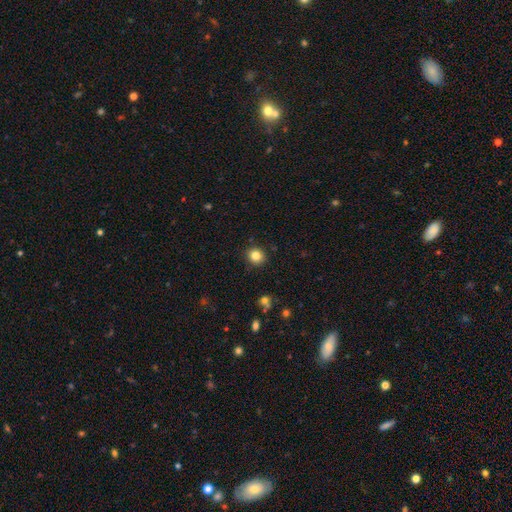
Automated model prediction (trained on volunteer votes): Smooth or featured: smooth — 83% (star or artifact — 12%)
How rounded: round — 86% (in between — 13%)
Merging: none — 90% (minor disturbance — 7%)